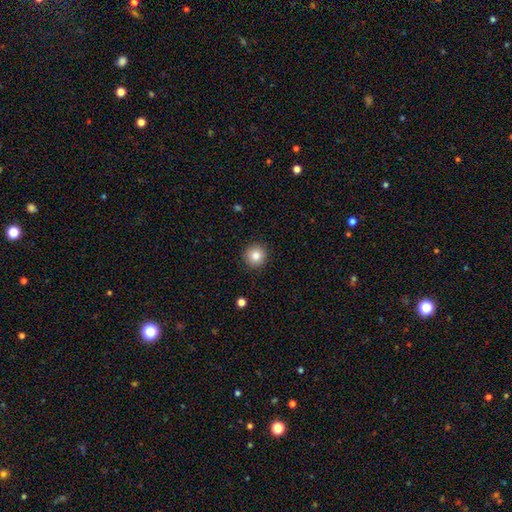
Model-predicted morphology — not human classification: smooth_or_featured: smooth (p=0.84) [alt: star or artifact p=0.10]
how_rounded: round (p=0.95) [alt: in between p=0.04]
merging: none (p=0.92) [alt: minor disturbance p=0.05]